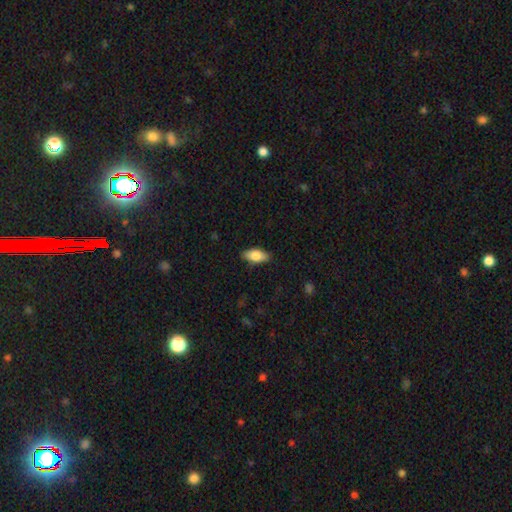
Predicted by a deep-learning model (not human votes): smooth_or_featured: smooth (p=0.78) [alt: featured or disk p=0.15]
how_rounded: in between (p=0.87) [alt: cigar-shaped p=0.10]
merging: none (p=0.87) [alt: minor disturbance p=0.10]